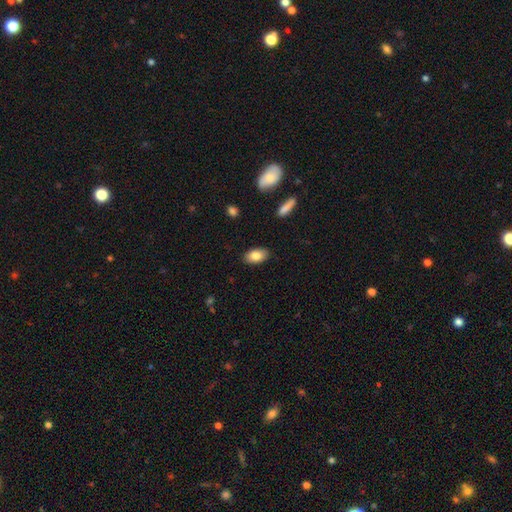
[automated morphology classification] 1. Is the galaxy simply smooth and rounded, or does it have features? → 83% smooth, 10% featured or disk, 7% star or artifact.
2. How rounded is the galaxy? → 93% in between, 5% round, 2% cigar-shaped.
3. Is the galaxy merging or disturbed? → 87% none, 9% minor disturbance, 2% major disturbance, 1% merger.